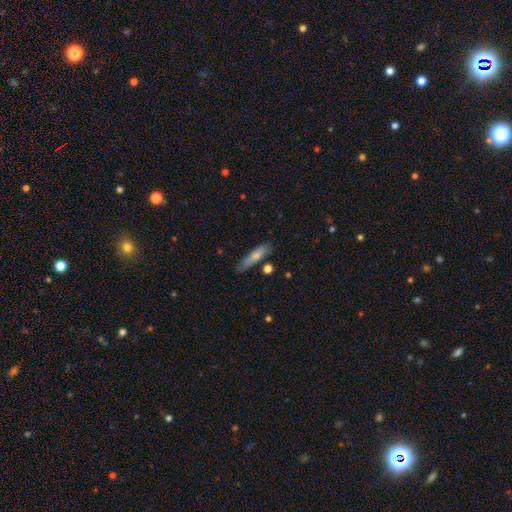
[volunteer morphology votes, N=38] Smooth or featured?
  - smooth: 76% *
  - featured or disk: 13%
  - star or artifact: 11%
How rounded?
  - cigar-shaped: 72% *
  - in between: 28%
  - round: 0%
Merging?
  - none: 62% *
  - minor disturbance: 26%
  - major disturbance: 9%
  - merger: 3%